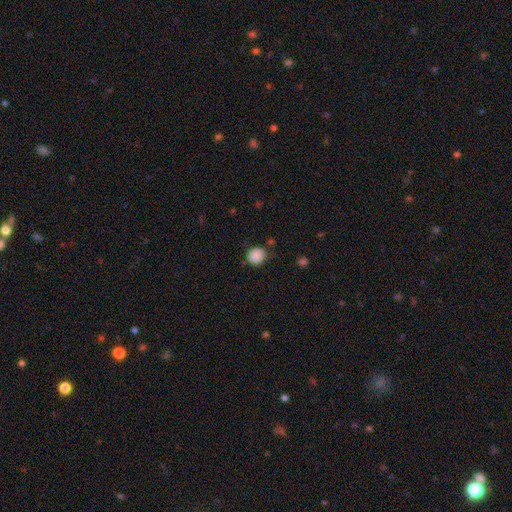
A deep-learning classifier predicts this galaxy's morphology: A smooth galaxy with no disk features (87%) that is round (80%). Merging: none (72%).